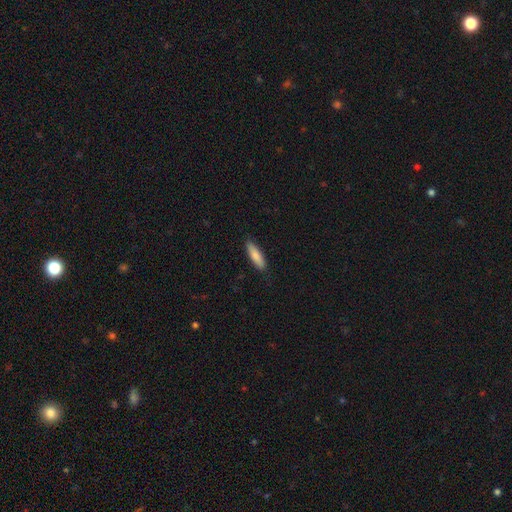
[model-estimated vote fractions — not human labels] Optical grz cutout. It shows a smooth galaxy with no disk features (83%) that is cigar-shaped (65%). Merging: none (86%).